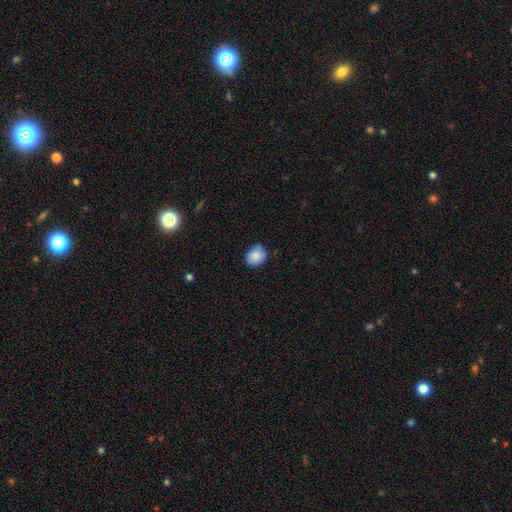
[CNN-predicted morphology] This is clearly a smooth galaxy (84%). How rounded: possibly round (58%). Merging: likely none (72%).